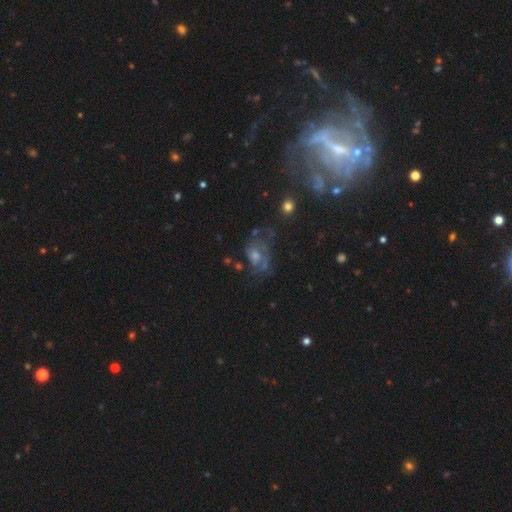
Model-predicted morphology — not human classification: Smooth or featured?
  - featured or disk: 52% *
  - star or artifact: 26%
  - smooth: 23%
Edge-on disk?
  - no: 95% *
  - yes: 5%
Merging?
  - none: 47% *
  - major disturbance: 25%
  - minor disturbance: 20%
  - merger: 8%